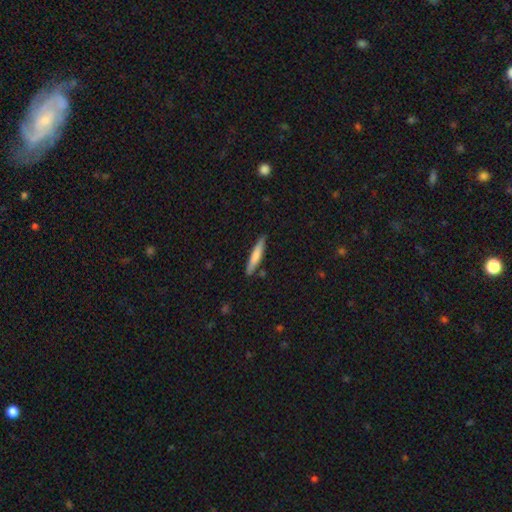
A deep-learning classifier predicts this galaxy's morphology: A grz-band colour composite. It shows a smooth galaxy with no disk features (72%) that is cigar-shaped (91%). Merging: none (85%).